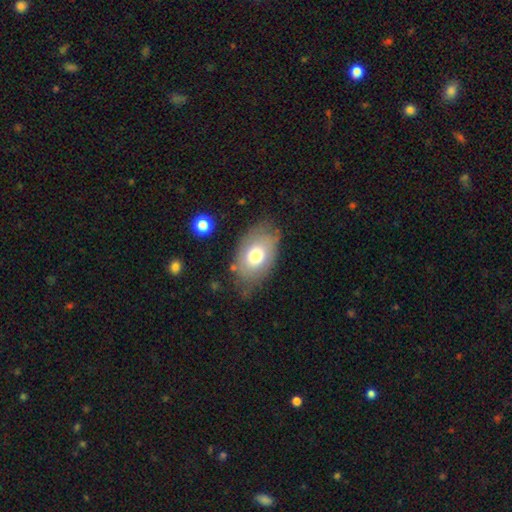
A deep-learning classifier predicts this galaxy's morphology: smooth-or-featured: smooth: 66% | featured or disk: 26% | star or artifact: 8%
  how-rounded: in between: 87% | round: 12% | cigar-shaped: 1%
  merging: none: 69% | minor disturbance: 21% | major disturbance: 7% | merger: 3%